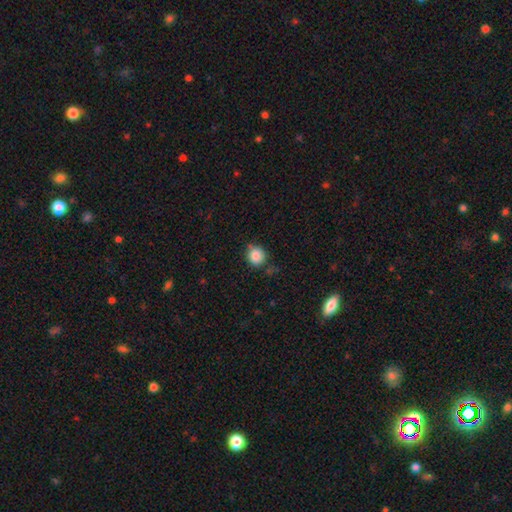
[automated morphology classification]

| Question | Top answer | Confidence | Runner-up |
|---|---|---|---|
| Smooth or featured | smooth | 85% | star or artifact (10%) |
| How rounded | round | 86% | in between (13%) |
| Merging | none | 71% | minor disturbance (20%) |